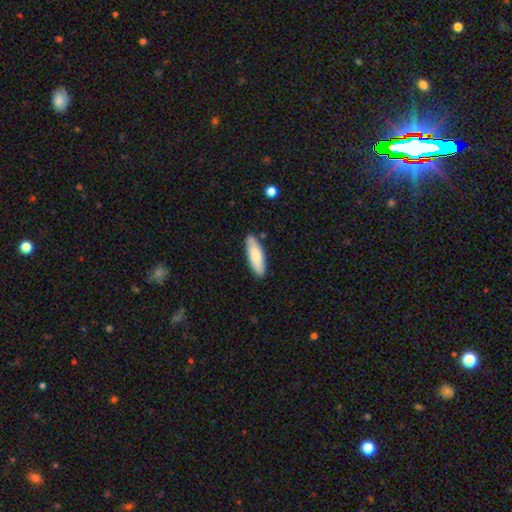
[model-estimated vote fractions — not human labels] smooth 79%, featured or disk 15%, star or artifact 6%. Down the decision tree: how rounded — in between (53%); merging — none (85%).